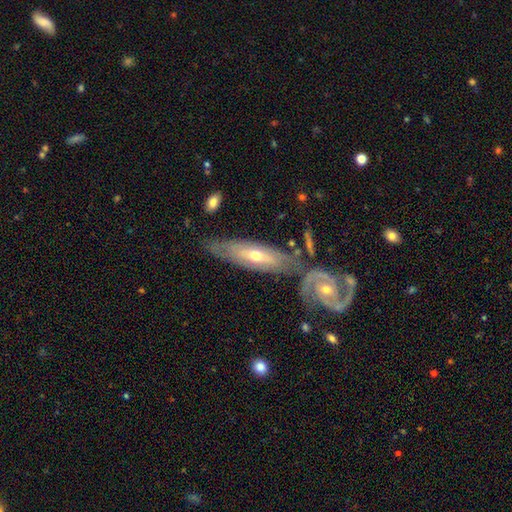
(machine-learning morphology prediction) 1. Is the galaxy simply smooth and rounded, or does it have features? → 62% featured or disk, 32% smooth, 6% star or artifact.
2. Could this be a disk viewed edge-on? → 62% no, 38% yes.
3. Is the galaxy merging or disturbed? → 60% none, 18% minor disturbance, 15% merger, 6% major disturbance.